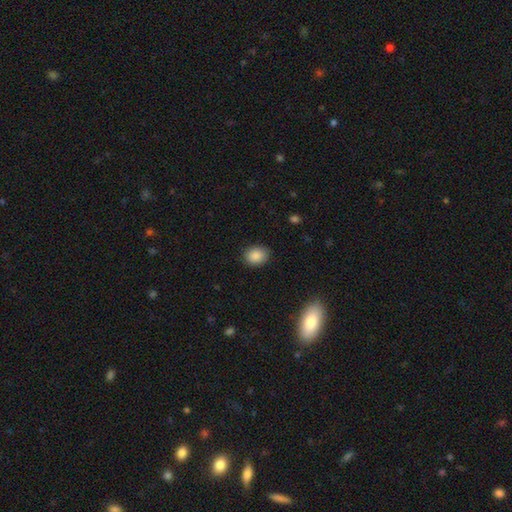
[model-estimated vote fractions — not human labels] Morphology: type=smooth (87%); roundness=in between (55%); merging=none (85%).